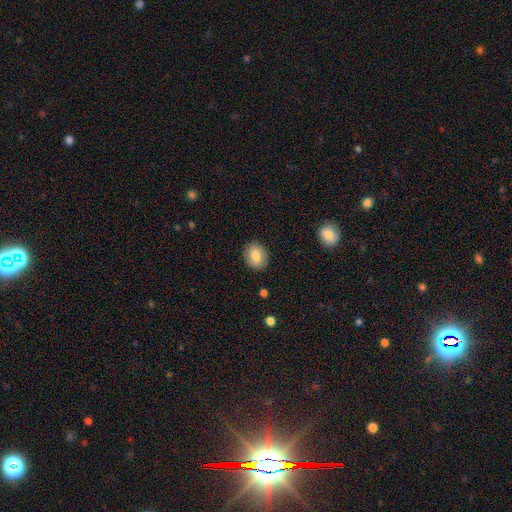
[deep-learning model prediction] The model was most divided on "how rounded": round: 58%, in between: 41%, cigar-shaped: 1%. More confident: merging — none (88%); smooth or featured — smooth (80%).